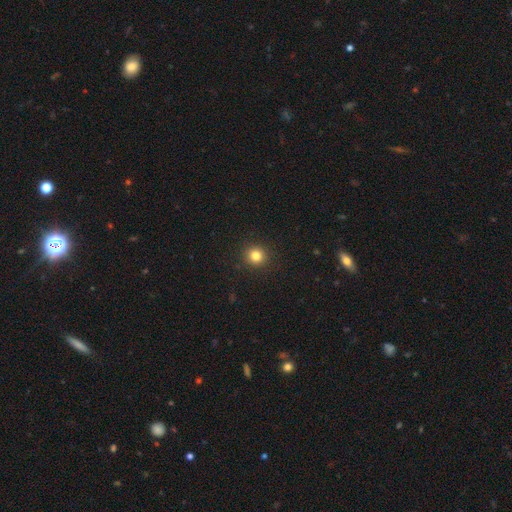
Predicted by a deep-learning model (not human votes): A smooth galaxy with no disk features (82%) that is round (93%). Merging: none (93%).